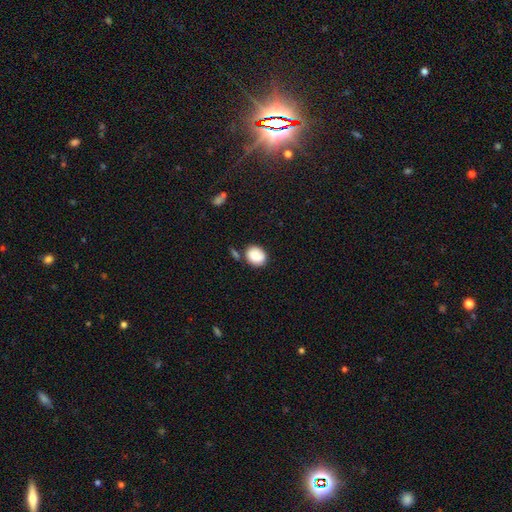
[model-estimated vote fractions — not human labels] Q: Smooth or featured?
A: smooth (86%); runner-up: star or artifact (8%)
Q: How rounded?
A: round (56%); runner-up: in between (43%)
Q: Merging?
A: none (70%); runner-up: minor disturbance (17%)